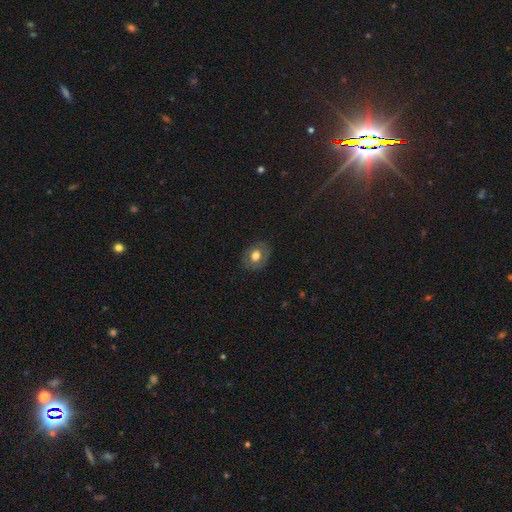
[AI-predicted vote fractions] Overall: smooth (64%; featured or disk 27%). How rounded: in between (55%; round 44%). Merging: none (82%).